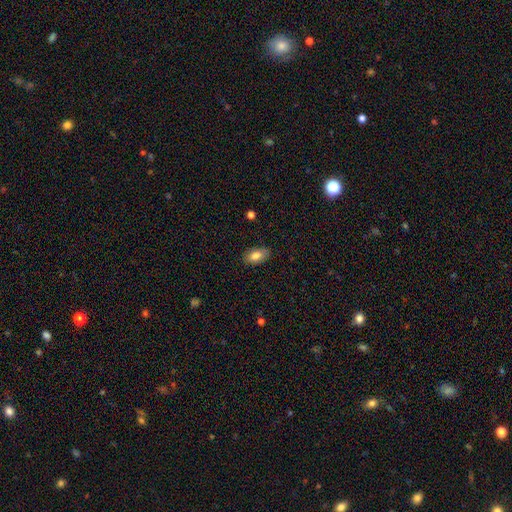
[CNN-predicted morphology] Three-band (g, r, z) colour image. It shows a smooth galaxy with no disk features (83%) that is in between round and cigar-shaped (92%). Merging: none (84%).